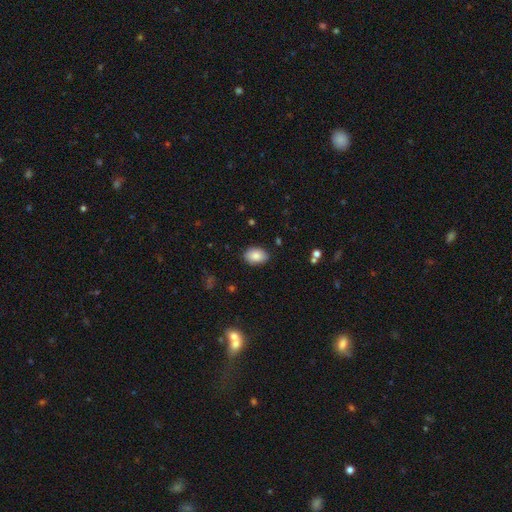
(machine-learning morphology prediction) type=smooth (86%); roundness=in between (81%); merging=none (85%).